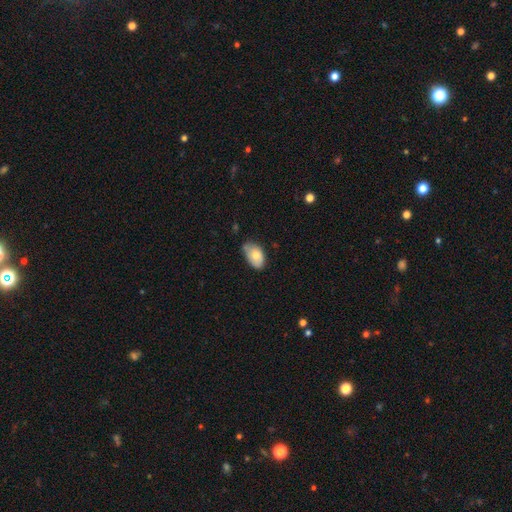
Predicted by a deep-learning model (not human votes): A smooth galaxy with no disk features (74%) that is in between round and cigar-shaped (91%).

Vote fractions:
- Smooth or featured? smooth: 74% / featured or disk: 19% / star or artifact: 7%
- How rounded? in between: 91% / round: 7% / cigar-shaped: 1%
- Merging? none: 57% / minor disturbance: 34% / major disturbance: 5% / merger: 3%